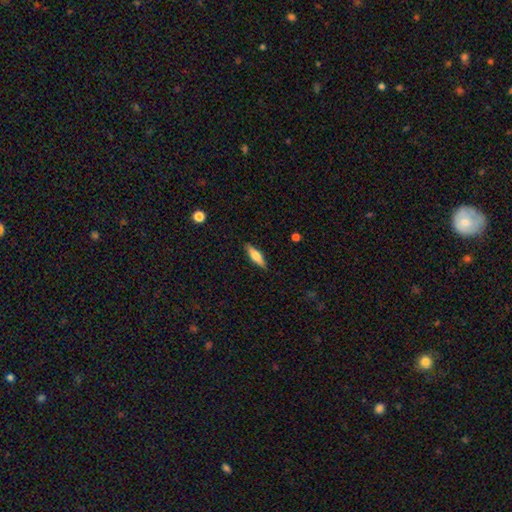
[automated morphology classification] A smooth galaxy with no disk features (57%) that is cigar-shaped (58%). Merging: none (88%).